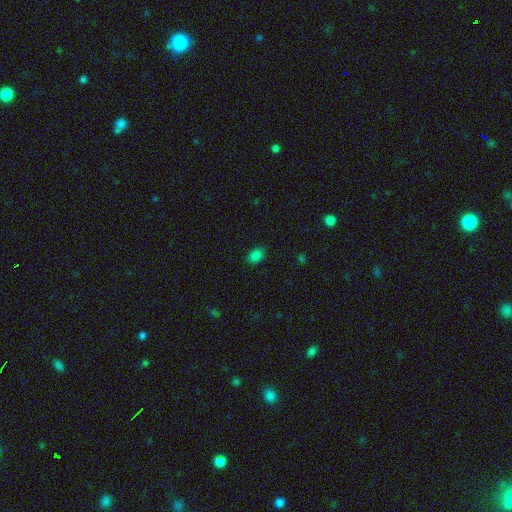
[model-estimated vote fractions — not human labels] The model was most divided on "how rounded": in between: 79%, round: 20%, cigar-shaped: 1%. More confident: merging — none (86%); smooth or featured — smooth (82%).